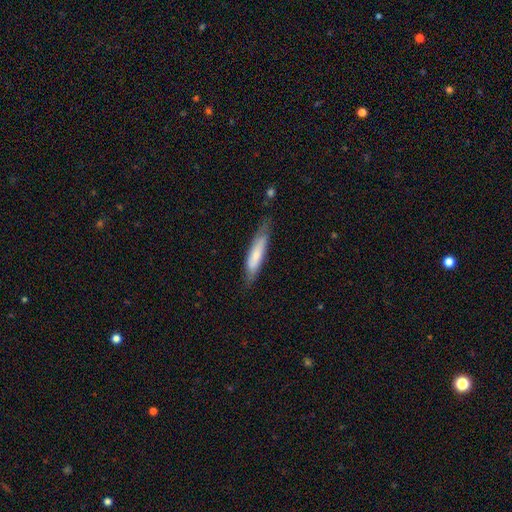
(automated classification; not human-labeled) This appears to be a smooth galaxy with no disk features (64%) that is cigar-shaped (81%). Merging: none (73%).